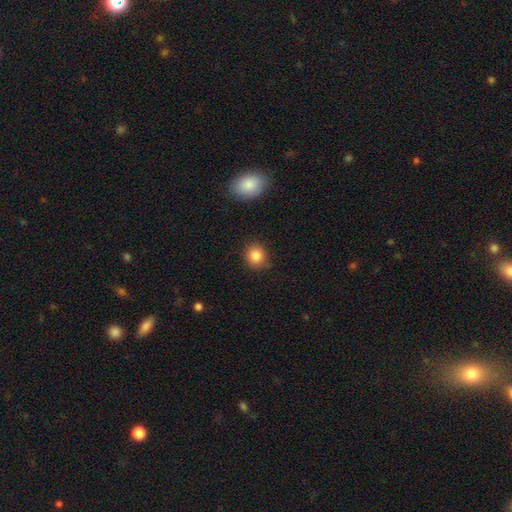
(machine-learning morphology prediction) A smooth galaxy with no disk features (85%) that is round (81%).

Vote fractions:
- Smooth or featured? smooth: 85% / star or artifact: 10% / featured or disk: 5%
- How rounded? round: 81% / in between: 18% / cigar-shaped: 1%
- Merging? none: 84% / minor disturbance: 12% / major disturbance: 3% / merger: 2%